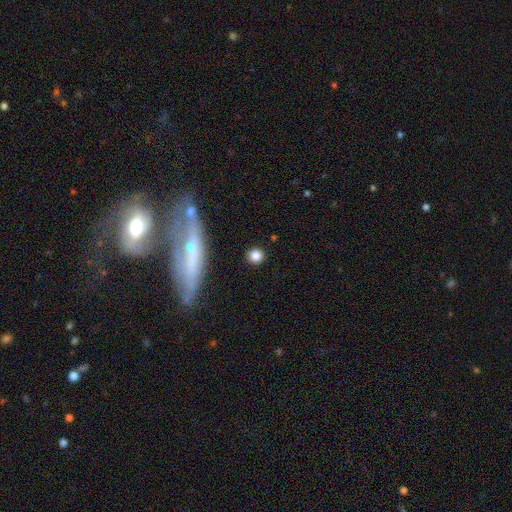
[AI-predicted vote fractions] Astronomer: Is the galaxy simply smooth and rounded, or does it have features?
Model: smooth — 83%.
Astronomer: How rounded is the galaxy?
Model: round — 88%.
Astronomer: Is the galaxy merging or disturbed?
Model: none — 88%.